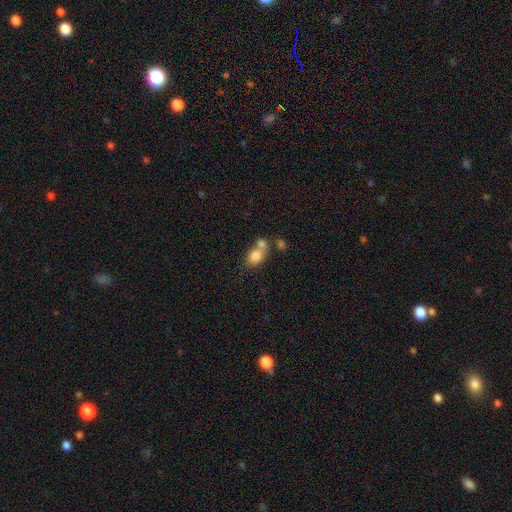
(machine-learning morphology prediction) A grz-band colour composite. It shows a smooth galaxy with no disk features (79%) that is in between round and cigar-shaped (61%). Merging: merger (51%).